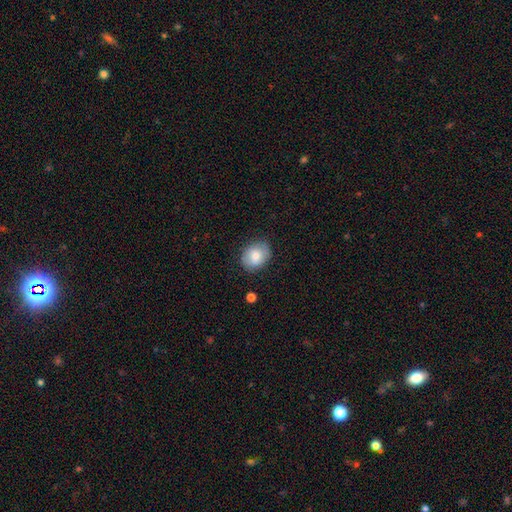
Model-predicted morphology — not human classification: smooth-or-featured: smooth: 76% | featured or disk: 16% | star or artifact: 8%
  how-rounded: round: 50% | in between: 49% | cigar-shaped: 1%
  merging: none: 80% | minor disturbance: 15% | major disturbance: 4% | merger: 1%